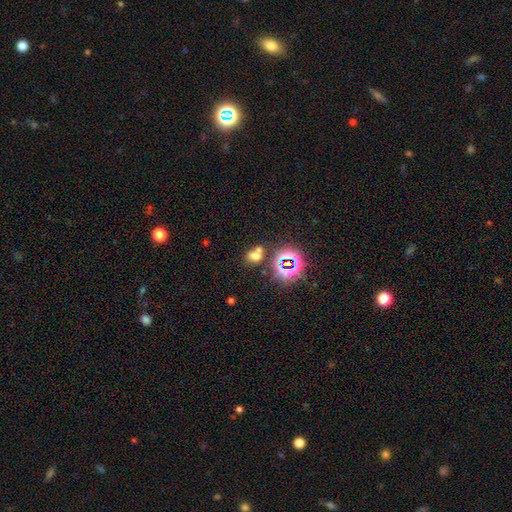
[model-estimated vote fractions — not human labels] A smooth galaxy with no disk features (56%) that is in between round and cigar-shaped (56%).

Vote fractions:
- Smooth or featured? smooth: 56% / star or artifact: 33% / featured or disk: 11%
- How rounded? in between: 56% / round: 42% / cigar-shaped: 2%
- Merging? none: 51% / merger: 32% / minor disturbance: 11% / major disturbance: 6%